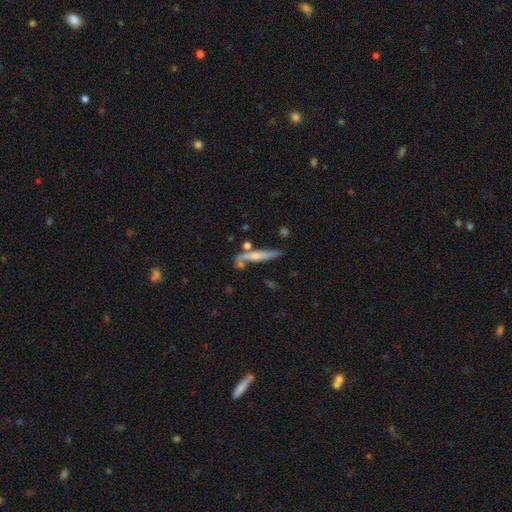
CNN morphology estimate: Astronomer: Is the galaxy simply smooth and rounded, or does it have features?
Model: smooth — 51% (runner-up: featured or disk, 42%).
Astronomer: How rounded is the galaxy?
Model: cigar-shaped — 92%.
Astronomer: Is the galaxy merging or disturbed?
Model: none — 66%.